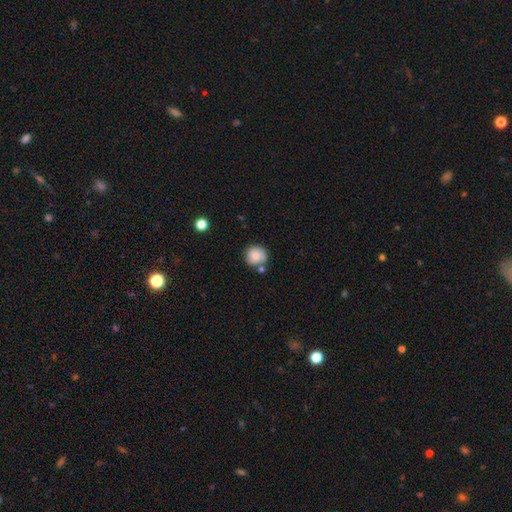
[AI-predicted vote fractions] Smooth or featured? Predicted: smooth (p=0.81). How rounded? Predicted: round (p=0.90). Merging? Predicted: none (p=0.64).